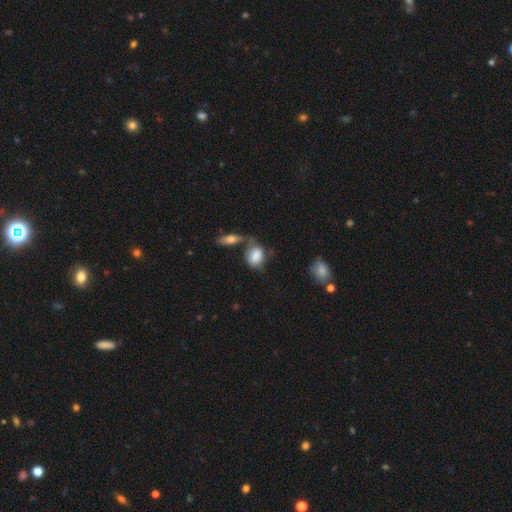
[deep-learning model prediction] Smooth or featured?
  - smooth: 77% *
  - featured or disk: 15%
  - star or artifact: 8%
How rounded?
  - in between: 76% *
  - round: 22%
  - cigar-shaped: 2%
Merging?
  - none: 33% *
  - merger: 31%
  - minor disturbance: 23%
  - major disturbance: 13%